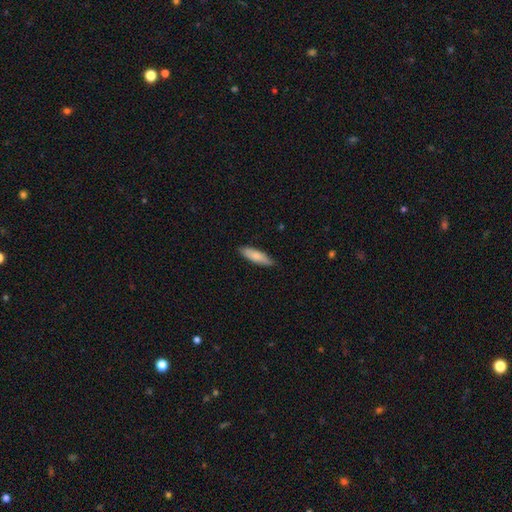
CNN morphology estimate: smooth-or-featured: smooth: 77% | featured or disk: 18% | star or artifact: 5%
  how-rounded: cigar-shaped: 55% | in between: 43% | round: 2%
  merging: none: 84% | minor disturbance: 13% | major disturbance: 2% | merger: 1%